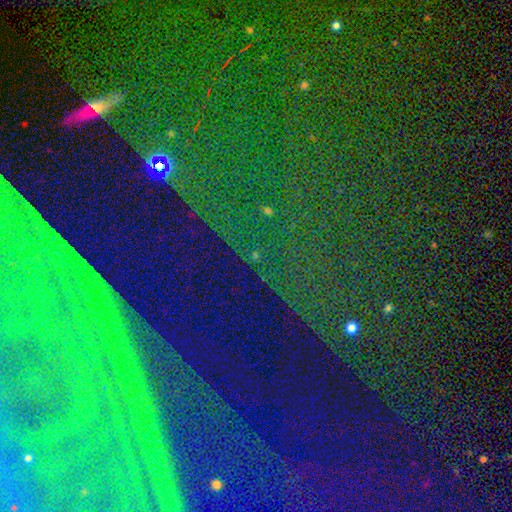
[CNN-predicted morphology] Smooth or featured? Predicted: star or artifact (p=0.81).